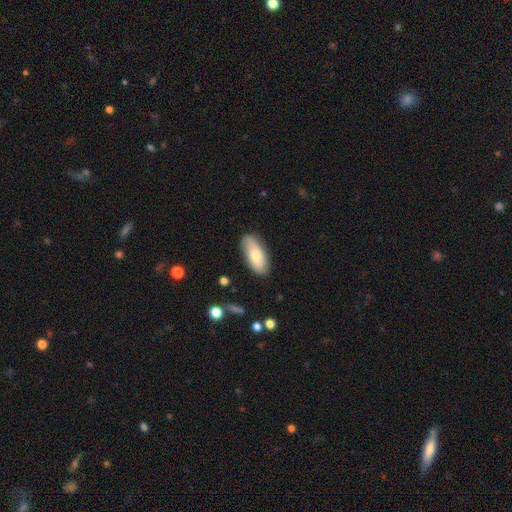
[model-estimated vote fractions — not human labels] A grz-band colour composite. It shows a smooth galaxy with no disk features (66%) that is in between round and cigar-shaped (89%). Merging: none (80%).